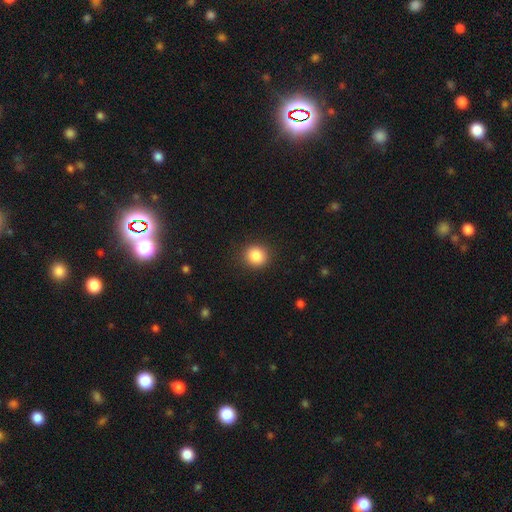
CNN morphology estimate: Smooth or featured: smooth — 86% (star or artifact — 10%)
How rounded: round — 87% (in between — 12%)
Merging: none — 90% (minor disturbance — 6%)